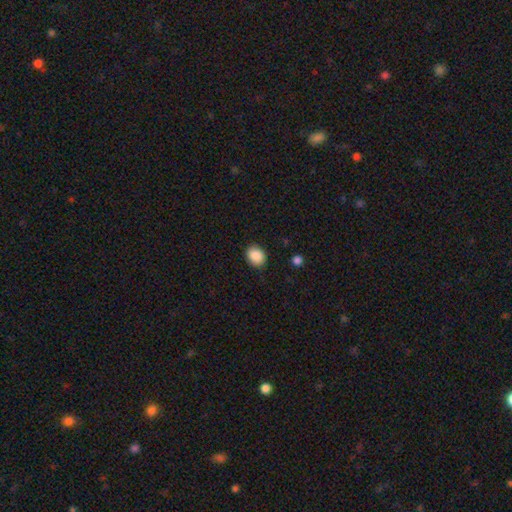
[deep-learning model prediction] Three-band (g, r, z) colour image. It shows a smooth galaxy with no disk features (89%) that is round (53%). Merging: none (89%).